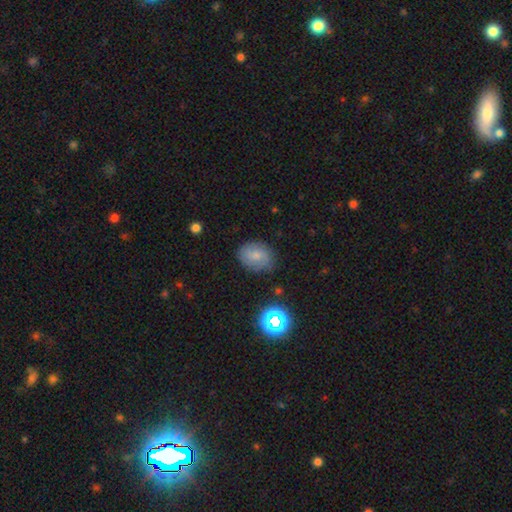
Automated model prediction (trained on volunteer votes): Smooth or featured? Predicted: smooth (p=0.64). How rounded? Predicted: in between (p=0.62). Merging? Predicted: none (p=0.74).